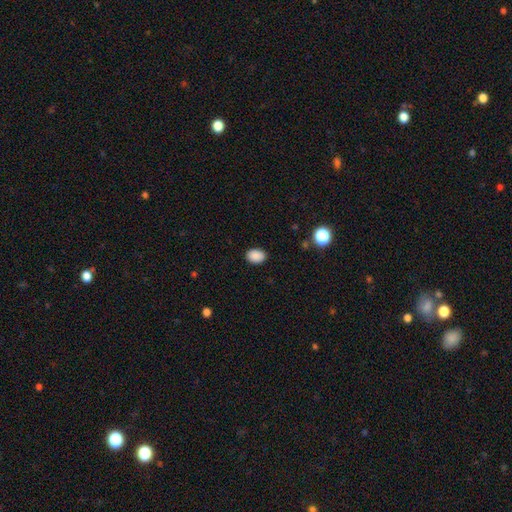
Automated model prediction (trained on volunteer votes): smooth-or-featured: smooth: 88% | star or artifact: 9% | featured or disk: 3%
  how-rounded: in between: 74% | round: 25% | cigar-shaped: 1%
  merging: none: 88% | minor disturbance: 9% | major disturbance: 2% | merger: 1%